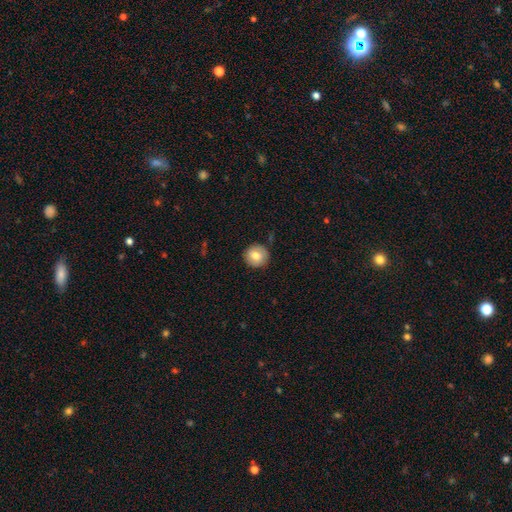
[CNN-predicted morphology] smooth_or_featured: smooth (p=0.78) [alt: featured or disk p=0.14]
how_rounded: round (p=0.94) [alt: in between p=0.05]
merging: none (p=0.89) [alt: minor disturbance p=0.07]